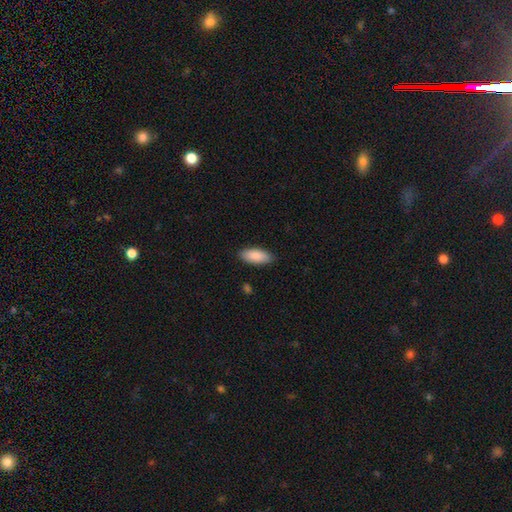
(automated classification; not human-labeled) The model was most divided on "how rounded": in between: 84%, cigar-shaped: 15%, round: 2%. More confident: smooth or featured — smooth (89%); merging — none (88%).